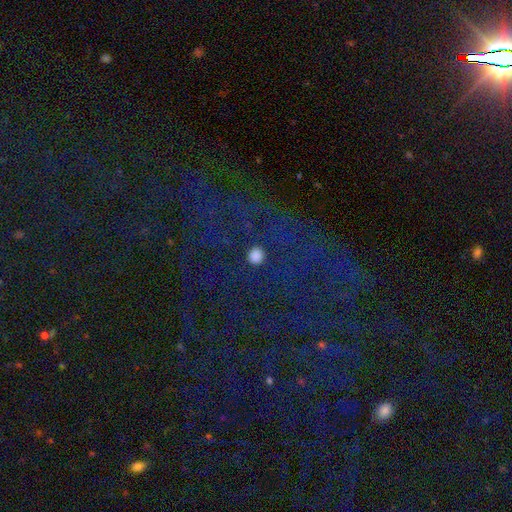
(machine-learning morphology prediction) smooth-or-featured: smooth: 74% | star or artifact: 21% | featured or disk: 5%
  how-rounded: round: 89% | in between: 9% | cigar-shaped: 1%
  merging: none: 87% | minor disturbance: 7% | major disturbance: 4% | merger: 3%